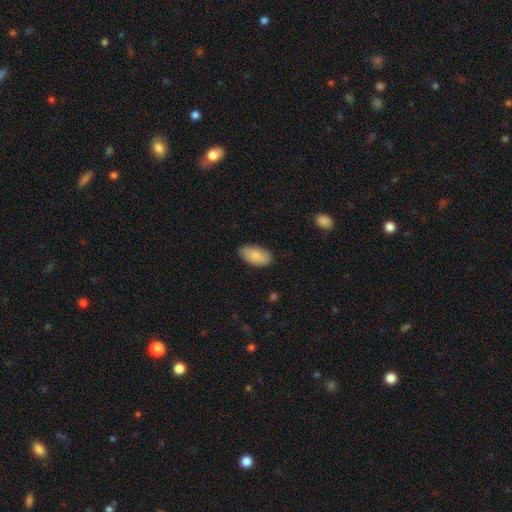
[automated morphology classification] Smooth or featured? Predicted: smooth (p=0.85). How rounded? Predicted: in between (p=0.94). Merging? Predicted: none (p=0.82).